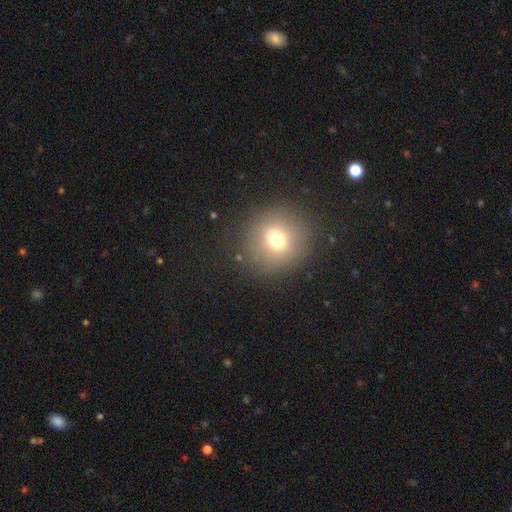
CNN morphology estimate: This is likely a smooth galaxy (67%). How rounded: clearly round (91%). Merging: clearly none (90%).